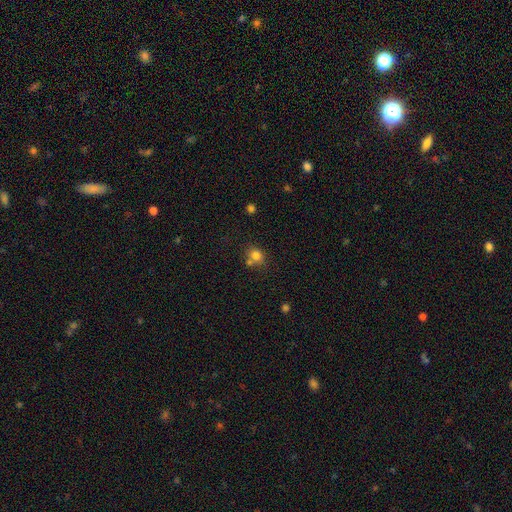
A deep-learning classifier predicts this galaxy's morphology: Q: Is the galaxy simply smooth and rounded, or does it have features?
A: smooth — 78%.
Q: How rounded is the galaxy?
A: round — 69%.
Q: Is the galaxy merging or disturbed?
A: none — 55%.